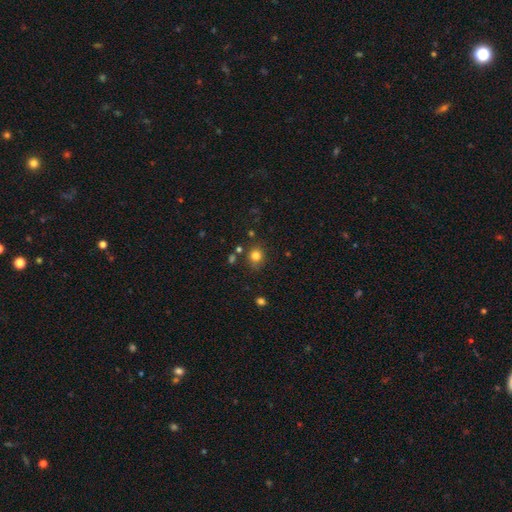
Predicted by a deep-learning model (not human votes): Morphology: type=smooth (80%); roundness=round (84%); merging=none (78%).